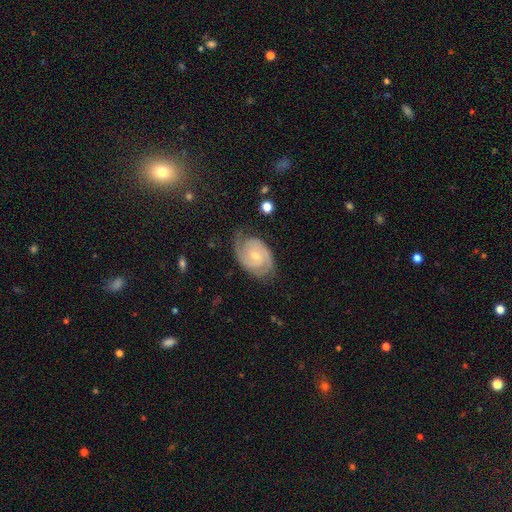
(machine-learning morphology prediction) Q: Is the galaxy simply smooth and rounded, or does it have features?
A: featured or disk — 87%.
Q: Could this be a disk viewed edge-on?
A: no — 97%.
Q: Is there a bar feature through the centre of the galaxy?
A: no — 53%.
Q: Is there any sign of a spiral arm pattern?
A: yes — 98%.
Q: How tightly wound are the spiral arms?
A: tight — 63%.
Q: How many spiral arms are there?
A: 2 — 75%.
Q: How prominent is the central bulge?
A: small — 56%.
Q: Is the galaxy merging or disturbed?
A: none — 74%.